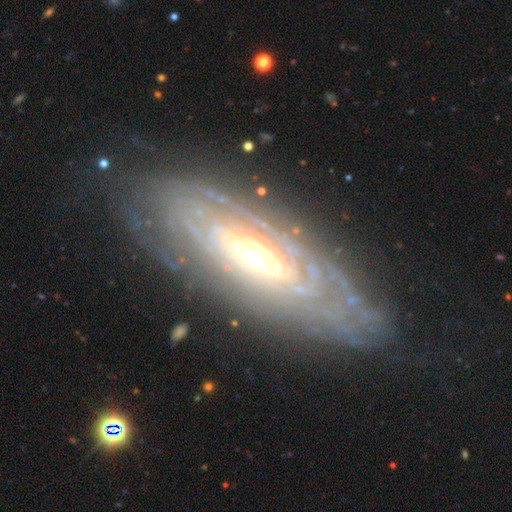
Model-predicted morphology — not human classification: This is clearly a featured or disk galaxy (85%). It is clearly not viewed edge-on (81%). Bar: marginally no (44%). Spiral arm pattern: clearly yes (86%). Spiral arm count: possibly can't tell (60%). Spiral winding: clearly tight (83%). Central bulge: possibly moderate (52%). Merging: clearly none (80%).